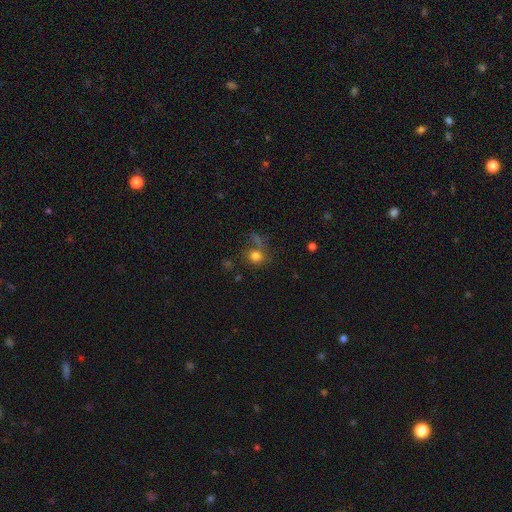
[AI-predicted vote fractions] A smooth galaxy with no disk features (75%) that is round (79%). Merging: none (61%).